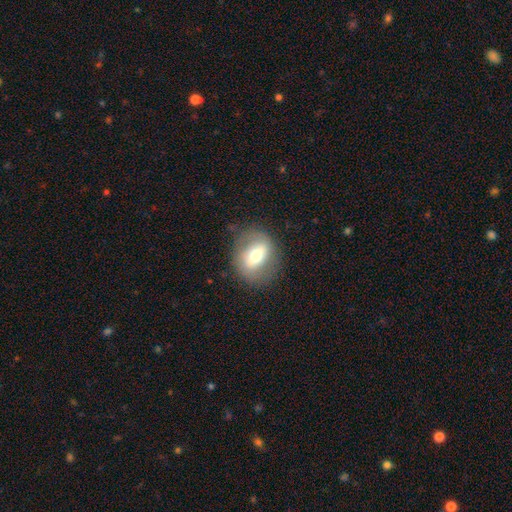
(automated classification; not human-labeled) smooth_or_featured: smooth (p=0.53) [alt: featured or disk p=0.39]
how_rounded: in between (p=0.49) [tied with: round p=0.49]
merging: none (p=0.75) [alt: minor disturbance p=0.16]